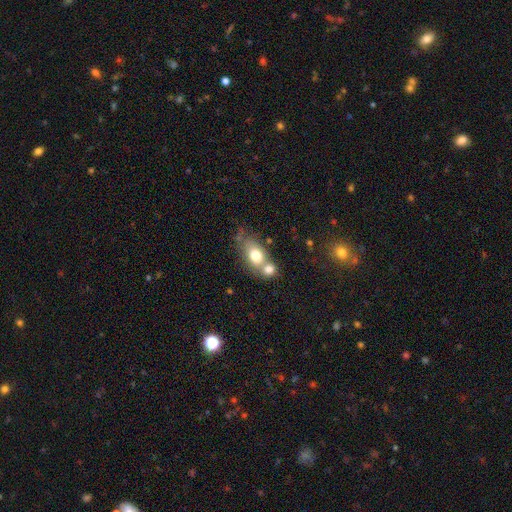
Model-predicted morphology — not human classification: Smooth or featured?
  - smooth: 72% *
  - featured or disk: 20%
  - star or artifact: 9%
How rounded?
  - in between: 71% *
  - round: 25%
  - cigar-shaped: 4%
Merging?
  - merger: 57% *
  - none: 27%
  - minor disturbance: 11%
  - major disturbance: 5%